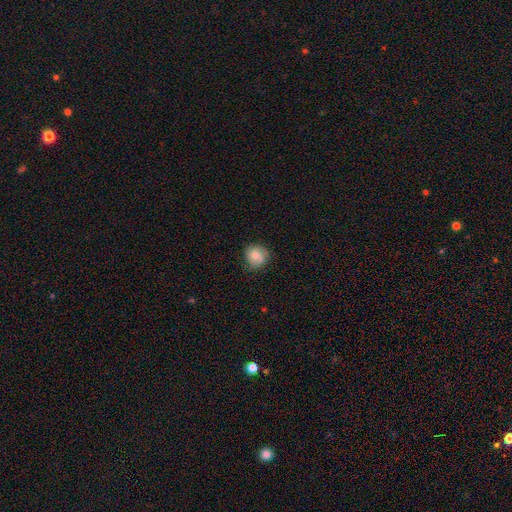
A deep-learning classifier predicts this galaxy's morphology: Smooth or featured?
  - smooth: 68% *
  - featured or disk: 24%
  - star or artifact: 8%
How rounded?
  - round: 86% *
  - in between: 13%
  - cigar-shaped: 1%
Merging?
  - none: 76% *
  - minor disturbance: 19%
  - major disturbance: 5%
  - merger: 1%